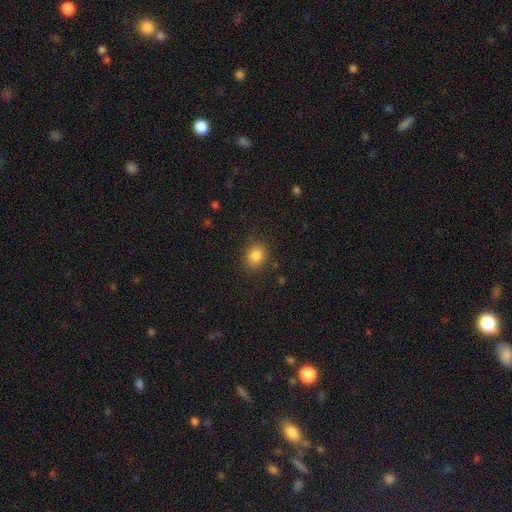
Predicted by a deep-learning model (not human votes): This is clearly a smooth galaxy (84%). How rounded: likely round (69%). Merging: clearly none (85%).